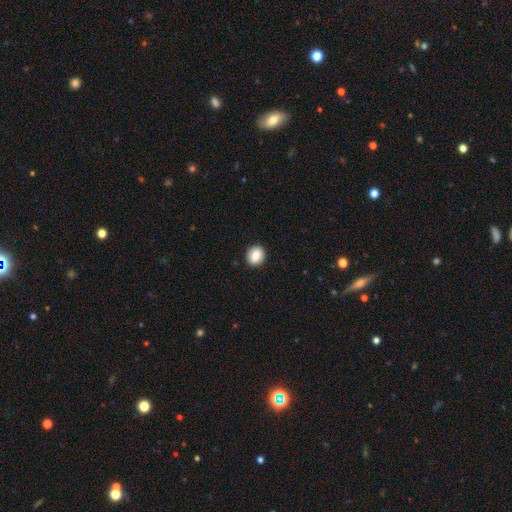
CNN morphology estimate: Smooth or featured? Predicted: smooth (p=0.83). How rounded? Predicted: round (p=0.66). Merging? Predicted: none (p=0.91).